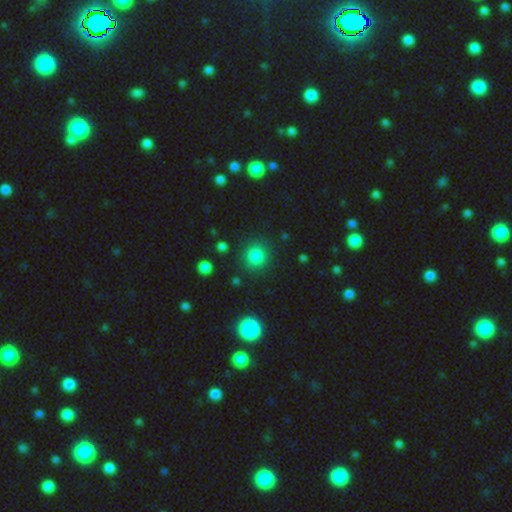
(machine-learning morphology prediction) Overall: smooth (81%). How rounded: round (92%). Merging: none (88%).